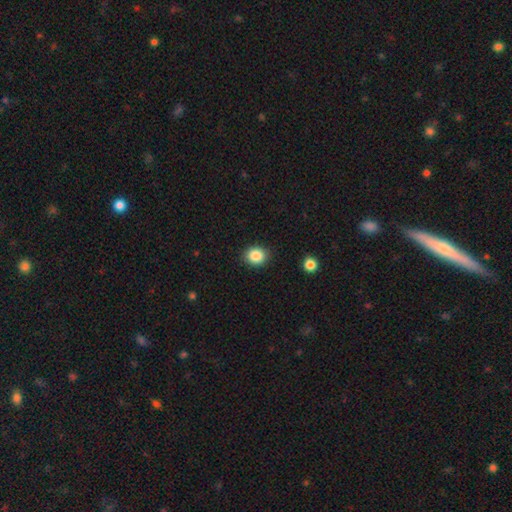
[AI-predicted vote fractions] Smooth or featured? smooth (86%)
How rounded? round (70%)
Merging? none (89%)